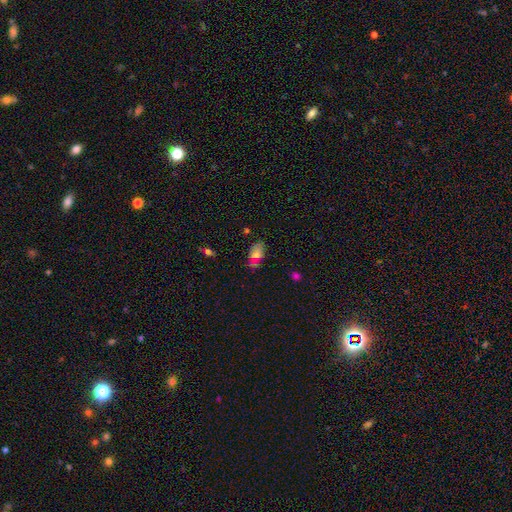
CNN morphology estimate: smooth-or-featured: smooth: 66% | star or artifact: 17% | featured or disk: 17%
  how-rounded: in between: 87% | round: 9% | cigar-shaped: 4%
  merging: none: 57% | minor disturbance: 23% | merger: 12% | major disturbance: 8%